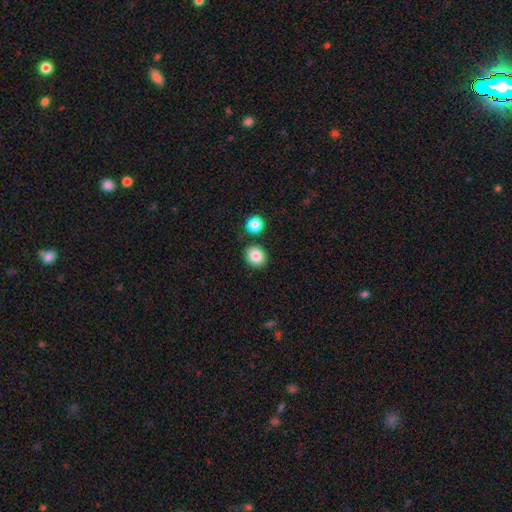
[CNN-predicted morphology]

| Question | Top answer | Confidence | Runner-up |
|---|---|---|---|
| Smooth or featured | smooth | 85% | star or artifact (10%) |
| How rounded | round | 71% | in between (28%) |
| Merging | none | 85% | minor disturbance (8%) |